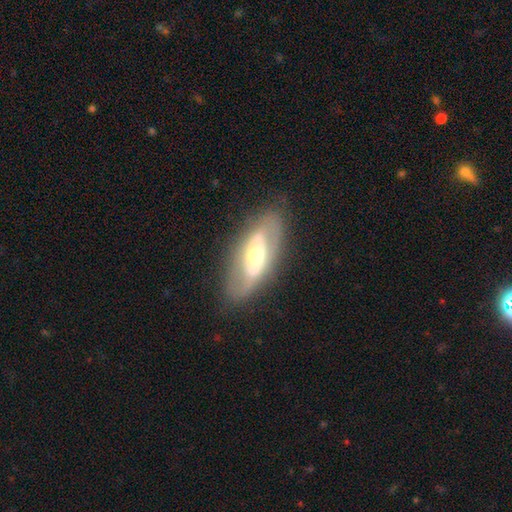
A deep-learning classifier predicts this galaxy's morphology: Overall: featured or disk (67%). Edge-on disk: no (83%). Bar: strong (38%; no 33%). Spiral arms: no (53%; yes 47%). Bulge size: moderate (60%; small 27%). Merging: none (79%).